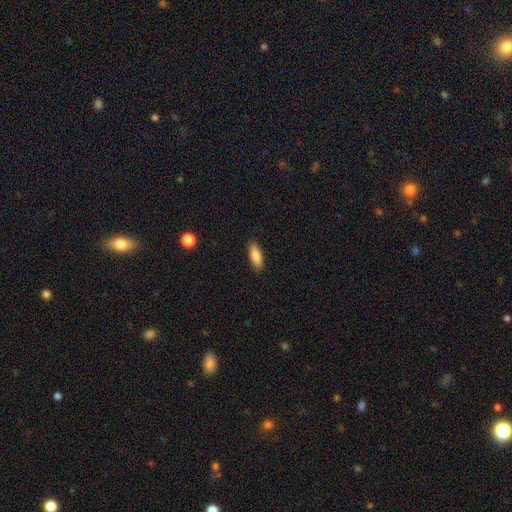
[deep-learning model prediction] Q: Smooth or featured?
A: smooth (83%); runner-up: featured or disk (11%)
Q: How rounded?
A: in between (65%); runner-up: cigar-shaped (33%)
Q: Merging?
A: none (88%); runner-up: minor disturbance (9%)